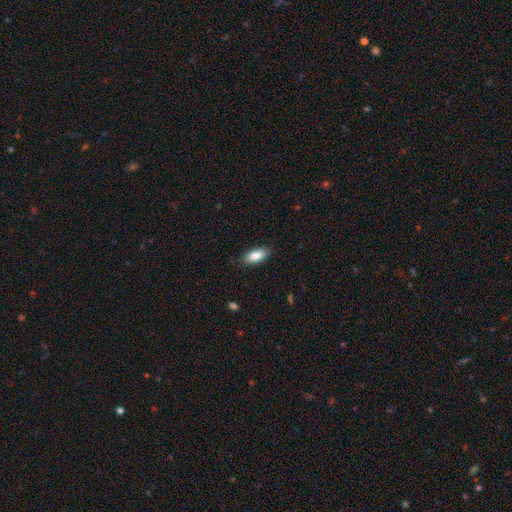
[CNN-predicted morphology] A smooth galaxy with no disk features (86%) that is in between round and cigar-shaped (83%). Merging: none (86%).